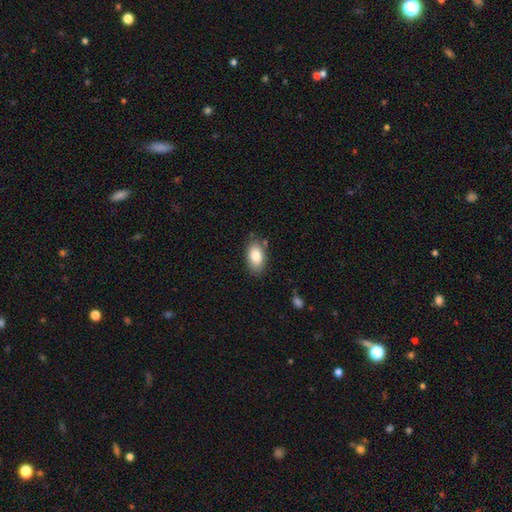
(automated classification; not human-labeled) Smooth or featured?
  - smooth: 83% *
  - featured or disk: 10%
  - star or artifact: 7%
How rounded?
  - in between: 92% *
  - round: 6%
  - cigar-shaped: 2%
Merging?
  - none: 80% *
  - minor disturbance: 14%
  - major disturbance: 3%
  - merger: 3%